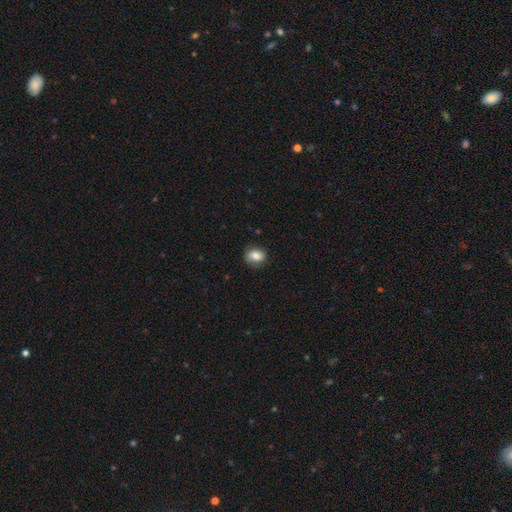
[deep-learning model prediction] A smooth galaxy with no disk features (77%) that is in between round and cigar-shaped (55%).

Vote fractions:
- Smooth or featured? smooth: 77% / featured or disk: 14% / star or artifact: 9%
- How rounded? in between: 55% / round: 44% / cigar-shaped: 1%
- Merging? none: 81% / minor disturbance: 14% / major disturbance: 4% / merger: 1%